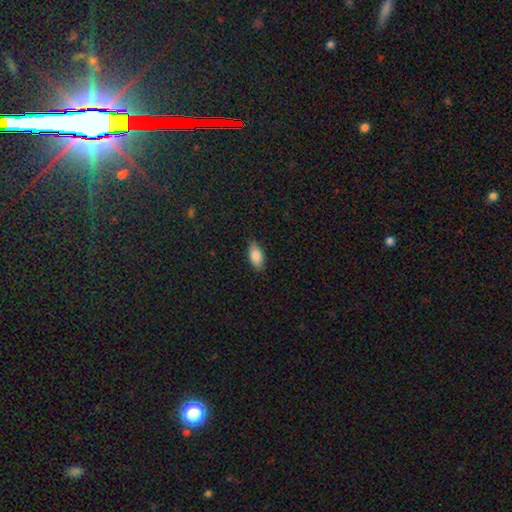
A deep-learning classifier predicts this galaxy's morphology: A smooth galaxy with no disk features (85%) that is in between round and cigar-shaped (90%). Merging: none (83%).